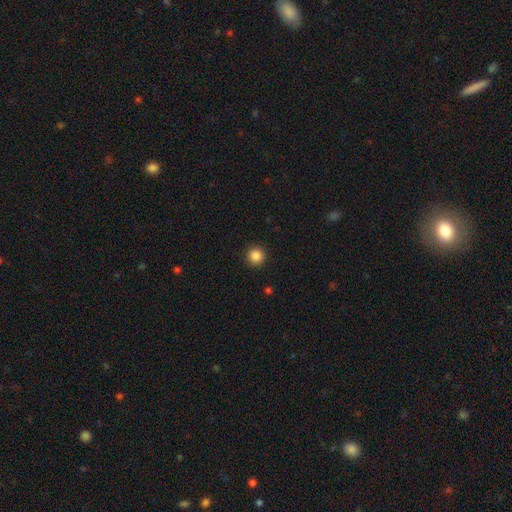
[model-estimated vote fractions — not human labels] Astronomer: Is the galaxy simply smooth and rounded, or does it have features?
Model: smooth — 86%.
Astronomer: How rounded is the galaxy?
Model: round — 95%.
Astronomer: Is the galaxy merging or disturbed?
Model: none — 92%.